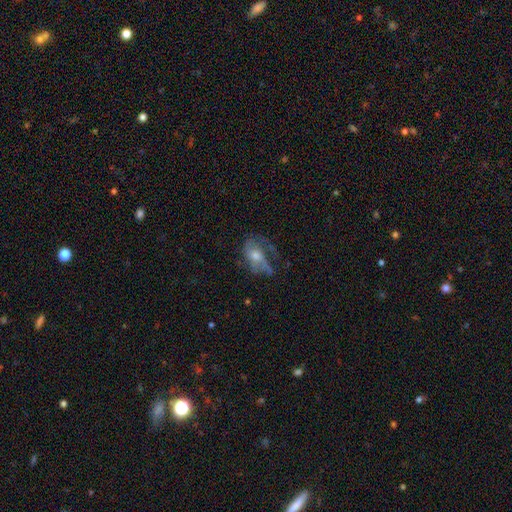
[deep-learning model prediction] Smooth or featured?
  - featured or disk: 61% *
  - smooth: 28%
  - star or artifact: 11%
Edge-on disk?
  - no: 94% *
  - yes: 6%
Bar?
  - no: 71% *
  - weak: 24%
  - strong: 6%
Spiral arms?
  - yes: 70% *
  - no: 30%
Bulge size?
  - moderate: 59% *
  - small: 23%
  - large: 12%
  - none: 4%
  - dominant: 2%
Merging?
  - none: 41% *
  - major disturbance: 34%
  - minor disturbance: 23%
  - merger: 3%